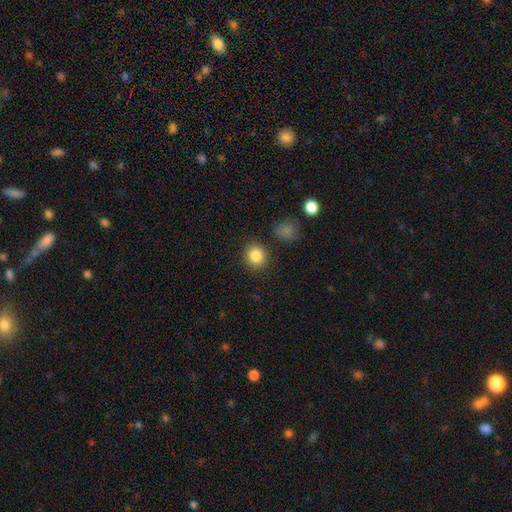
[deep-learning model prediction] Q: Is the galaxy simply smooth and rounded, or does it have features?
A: smooth — 86%.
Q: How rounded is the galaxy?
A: round — 87%.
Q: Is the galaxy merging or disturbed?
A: none — 87%.